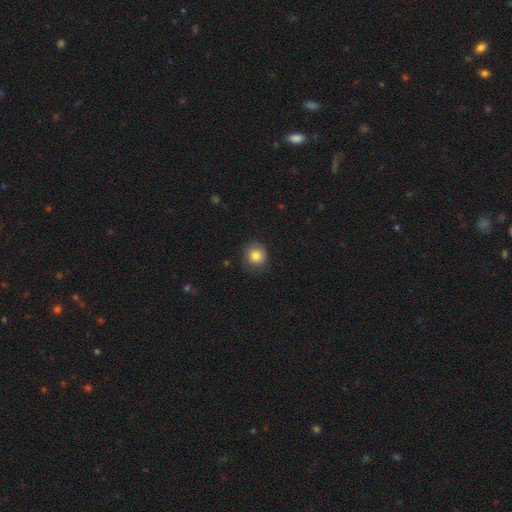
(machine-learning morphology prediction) The model was most divided on "merging": none: 83%, minor disturbance: 13%, major disturbance: 3%, merger: 1%. More confident: how rounded — round (88%); smooth or featured — smooth (83%).